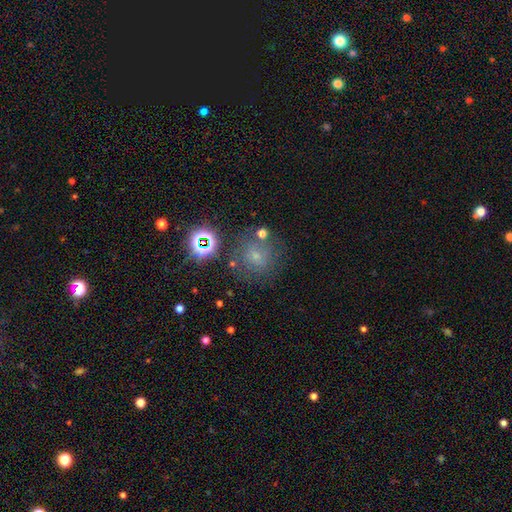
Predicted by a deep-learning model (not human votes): Smooth or featured? Predicted: smooth (p=0.53). How rounded? Predicted: round (p=0.86). Merging? Predicted: none (p=0.65).